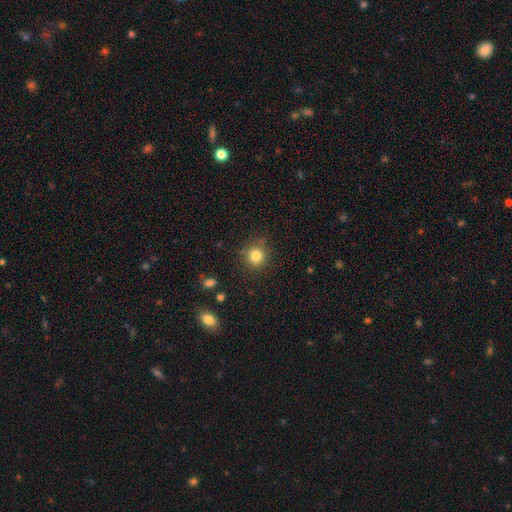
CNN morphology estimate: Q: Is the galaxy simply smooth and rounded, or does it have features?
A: smooth — 82%.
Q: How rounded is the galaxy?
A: round — 89%.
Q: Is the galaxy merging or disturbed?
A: none — 82%.